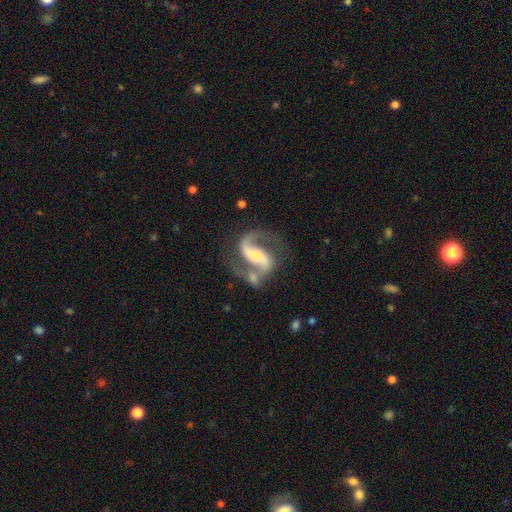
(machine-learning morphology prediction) This is clearly a featured or disk galaxy (90%). It is clearly not viewed edge-on (97%). Bar: marginally strong (43%). Spiral arm pattern: clearly yes (97%). Spiral arm count: clearly 2 (92%). Spiral winding: possibly medium (49%). Central bulge: possibly moderate (49%). Merging: possibly none (60%).